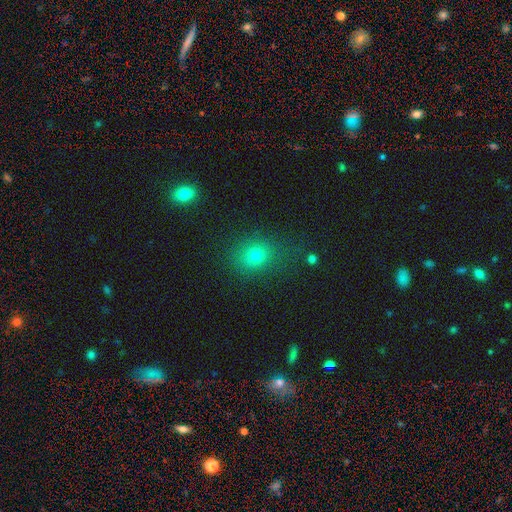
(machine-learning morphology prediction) A smooth galaxy with no disk features (74%) that is round (68%). Merging: none (71%).